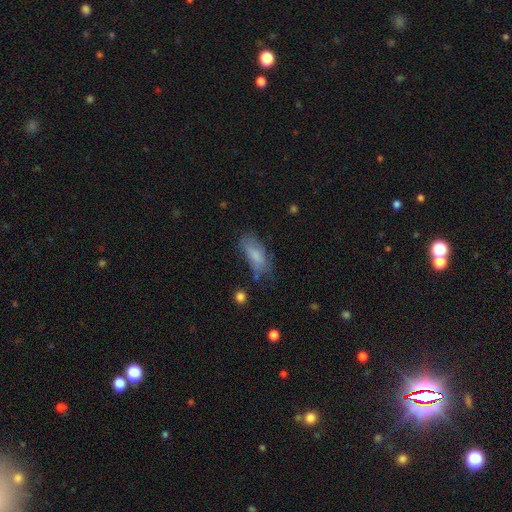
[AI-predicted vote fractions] Smooth or featured? Predicted: smooth (p=0.72). How rounded? Predicted: in between (p=0.81). Merging? Predicted: none (p=0.51).